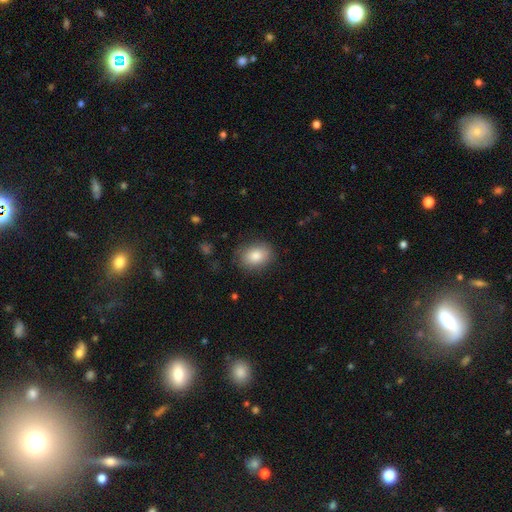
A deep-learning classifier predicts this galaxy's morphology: This is clearly a smooth galaxy (84%). How rounded: likely in between (70%). Merging: clearly none (82%).